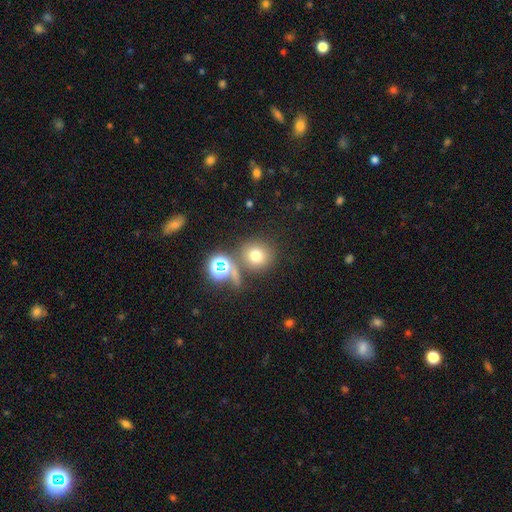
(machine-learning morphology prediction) Overall: smooth (69%). How rounded: round (87%). Merging: none (71%).